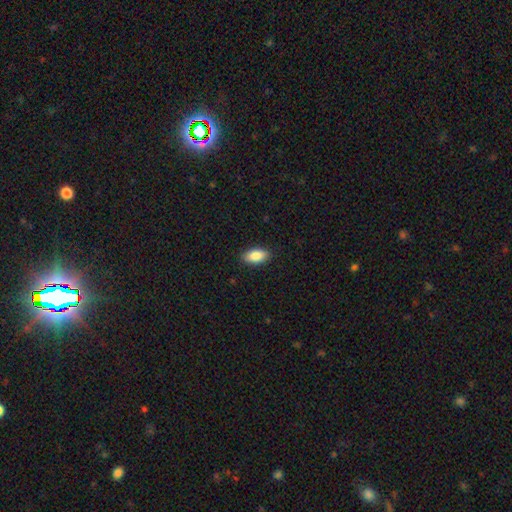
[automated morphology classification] This appears to be a smooth galaxy with no disk features (88%) that is in between round and cigar-shaped (92%). Merging: none (88%).